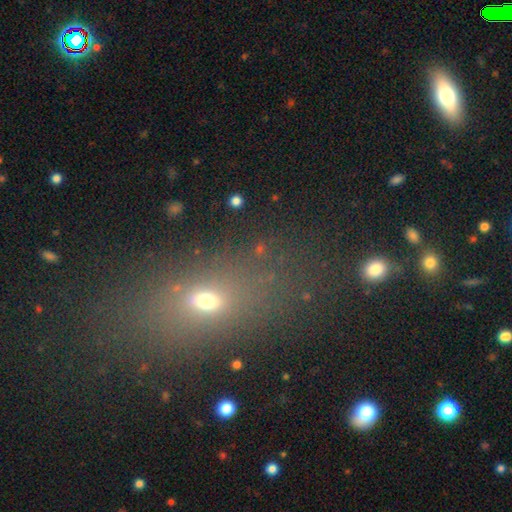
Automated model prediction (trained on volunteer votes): A smooth galaxy with no disk features (55%) that is in between round and cigar-shaped (64%). Merging: none (82%).